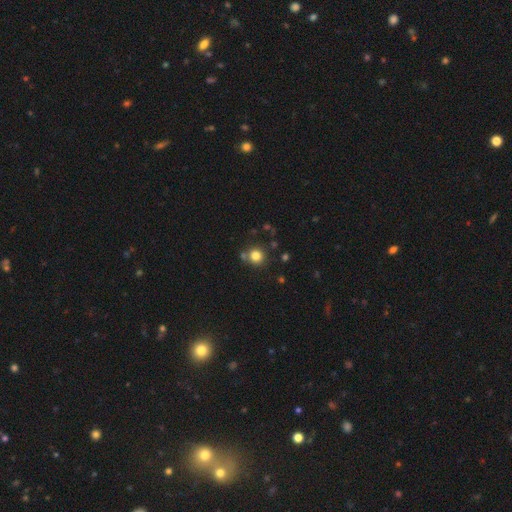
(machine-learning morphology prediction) smooth-or-featured: smooth: 81% | star or artifact: 13% | featured or disk: 6%
  how-rounded: round: 92% | in between: 7% | cigar-shaped: 1%
  merging: none: 77% | merger: 11% | minor disturbance: 9% | major disturbance: 3%